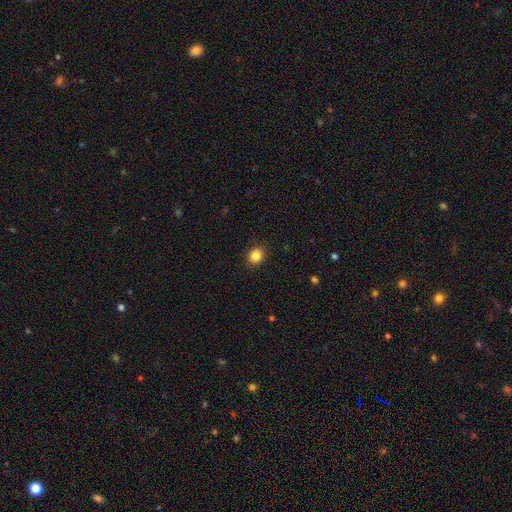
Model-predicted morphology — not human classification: A smooth galaxy with no disk features (85%) that is round (65%). Merging: none (90%).